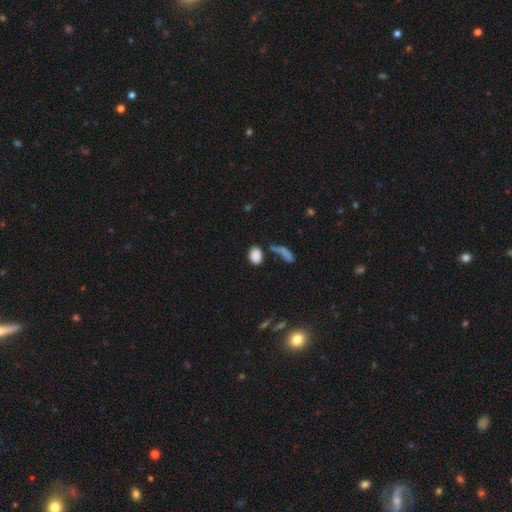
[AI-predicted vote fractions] A smooth galaxy with no disk features (83%) that is in between round and cigar-shaped (77%).

Vote fractions:
- Smooth or featured? smooth: 83% / star or artifact: 11% / featured or disk: 7%
- How rounded? in between: 77% / round: 20% / cigar-shaped: 3%
- Merging? none: 56% / merger: 20% / minor disturbance: 14% / major disturbance: 10%